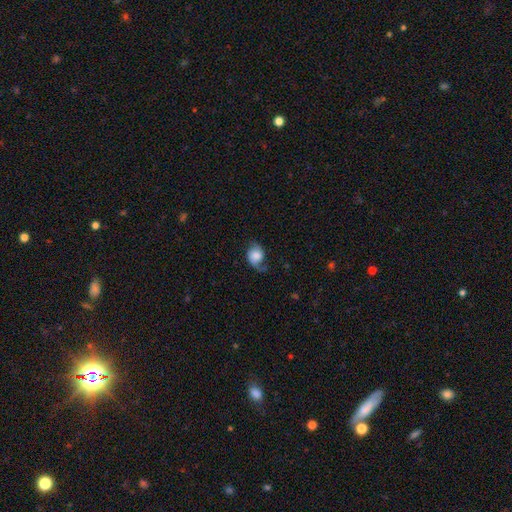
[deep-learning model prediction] smooth-or-featured: featured or disk: 48% | smooth: 43% | star or artifact: 9%
  merging: none: 51% | minor disturbance: 28% | major disturbance: 19% | merger: 2%